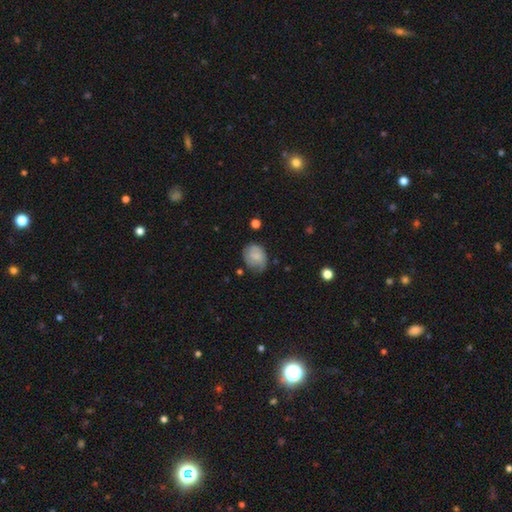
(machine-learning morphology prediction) Overall: smooth (65%; featured or disk 27%). How rounded: in between (53%; round 46%). Merging: none (54%; minor disturbance 34%).